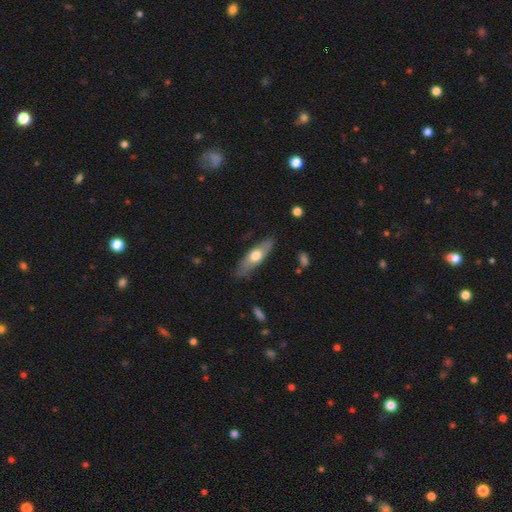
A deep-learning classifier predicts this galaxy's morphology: This is possibly a smooth galaxy (53%). How rounded: possibly cigar-shaped (53%). Merging: clearly none (81%).